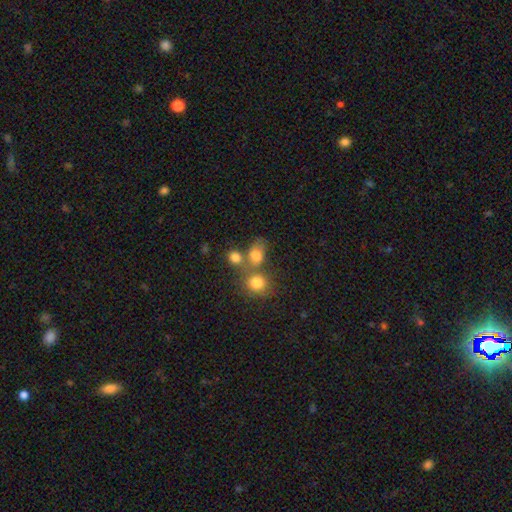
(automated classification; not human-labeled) Smooth or featured? Predicted: smooth (p=0.77). How rounded? Predicted: round (p=0.51). Merging? Predicted: merger (p=0.41).